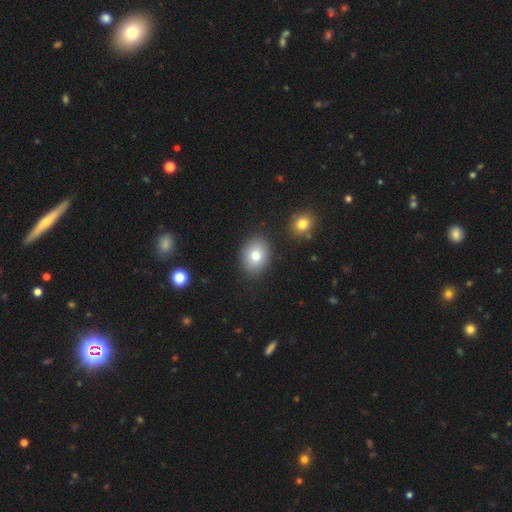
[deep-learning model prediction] smooth-or-featured: smooth: 80% | featured or disk: 10% | star or artifact: 10%
  how-rounded: in between: 55% | round: 44% | cigar-shaped: 1%
  merging: none: 87% | minor disturbance: 8% | merger: 3% | major disturbance: 2%